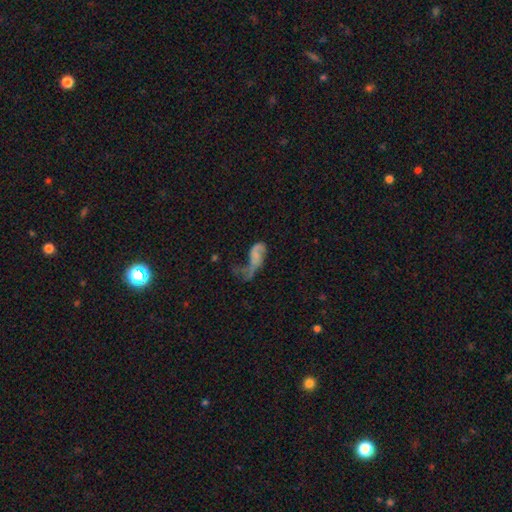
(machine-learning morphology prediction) The model was most divided on "smooth or featured": featured or disk: 52%, smooth: 36%, star or artifact: 13%. More confident: edge-on disk — no (95%); merging — major disturbance (54%).